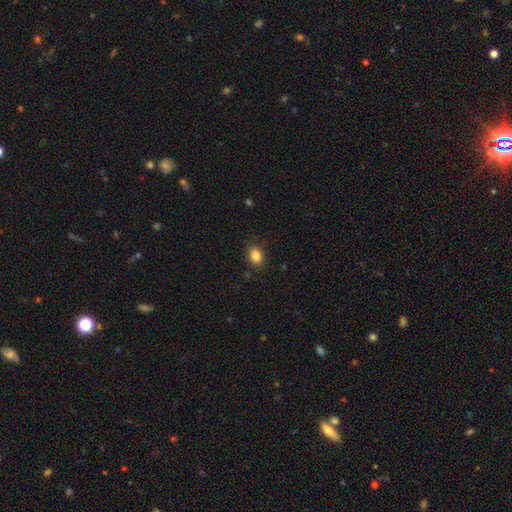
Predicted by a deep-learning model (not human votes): This is clearly a smooth galaxy (85%). How rounded: likely in between (64%). Merging: clearly none (84%).